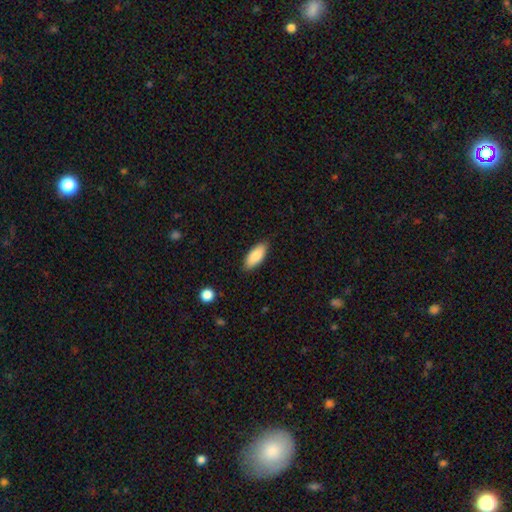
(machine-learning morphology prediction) Q: Smooth or featured?
A: smooth (85%); runner-up: featured or disk (8%)
Q: How rounded?
A: in between (86%); runner-up: cigar-shaped (12%)
Q: Merging?
A: none (85%); runner-up: minor disturbance (12%)